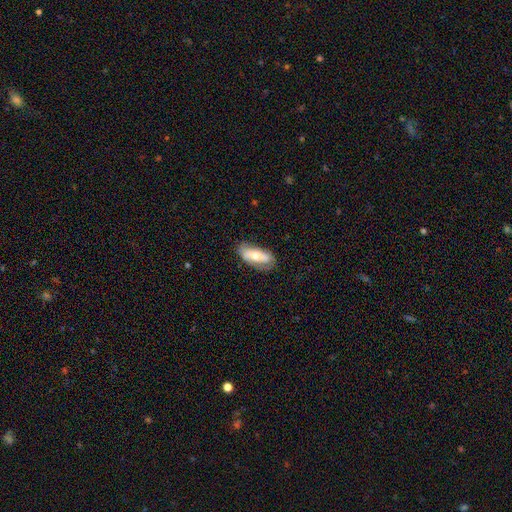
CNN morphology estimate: The model was most divided on "smooth or featured": smooth: 51%, featured or disk: 43%, star or artifact: 6%. More confident: how rounded — in between (80%); merging — none (66%).